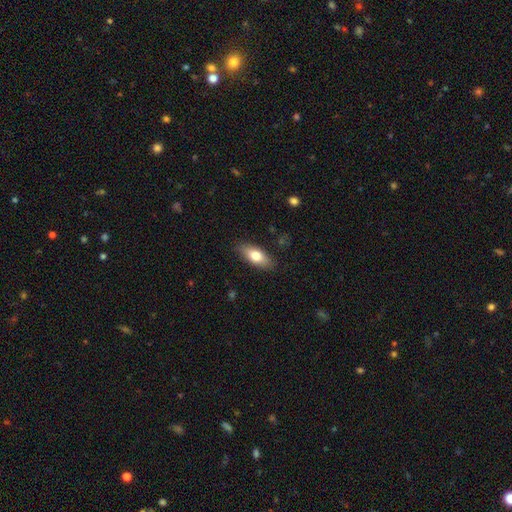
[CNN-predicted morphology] Q: Smooth or featured?
A: smooth (74%); runner-up: featured or disk (20%)
Q: How rounded?
A: in between (78%); runner-up: cigar-shaped (19%)
Q: Merging?
A: none (86%); runner-up: minor disturbance (10%)